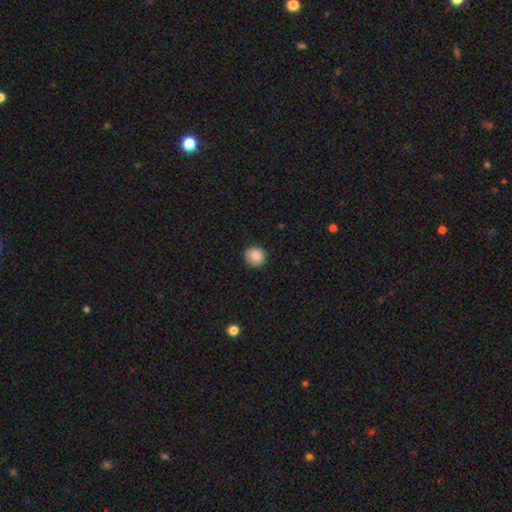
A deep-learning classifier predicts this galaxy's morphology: Q: Smooth or featured?
A: smooth (88%); runner-up: star or artifact (9%)
Q: How rounded?
A: round (84%); runner-up: in between (15%)
Q: Merging?
A: none (86%); runner-up: minor disturbance (11%)